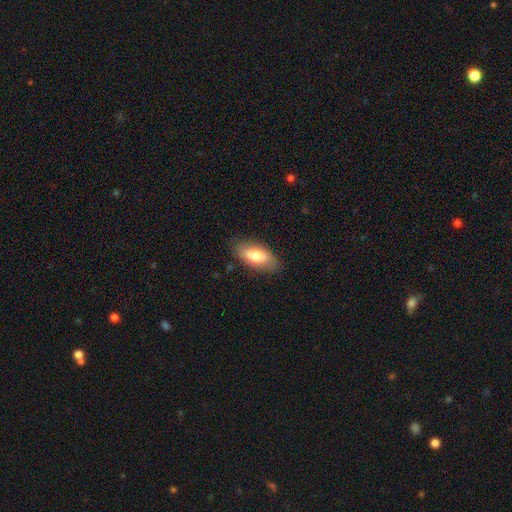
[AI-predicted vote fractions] A smooth galaxy with no disk features (75%) that is in between round and cigar-shaped (87%). Merging: none (81%).